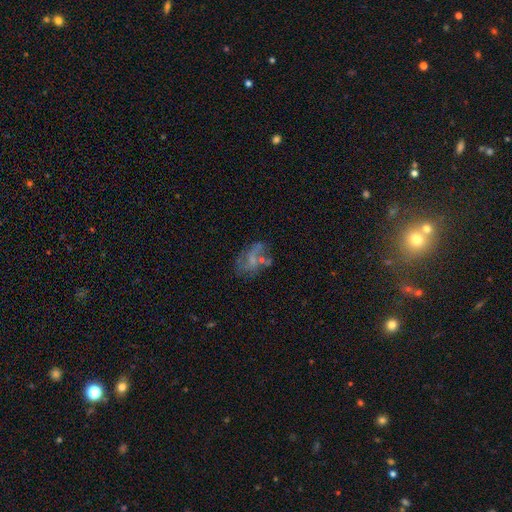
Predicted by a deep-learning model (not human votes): This is possibly a featured or disk galaxy (52%). It is clearly not viewed edge-on (96%). Merging: possibly none (52%).